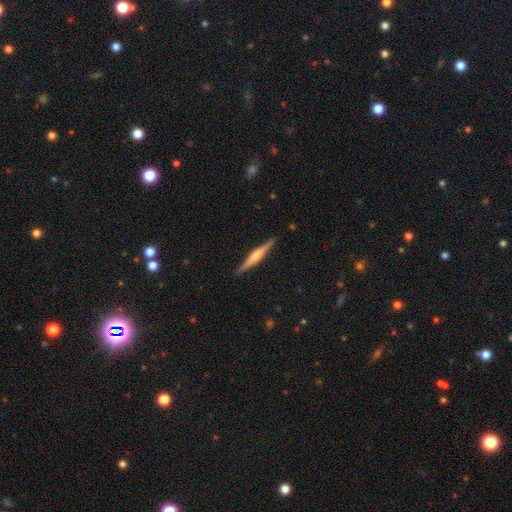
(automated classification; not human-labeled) Smooth or featured?
  - featured or disk: 65% *
  - smooth: 30%
  - star or artifact: 6%
Edge-on disk?
  - yes: 98% *
  - no: 2%
Edge-on bulge?
  - rounded: 71% *
  - boxy: 17%
  - none: 12%
Merging?
  - none: 91% *
  - minor disturbance: 7%
  - major disturbance: 1%
  - merger: 1%